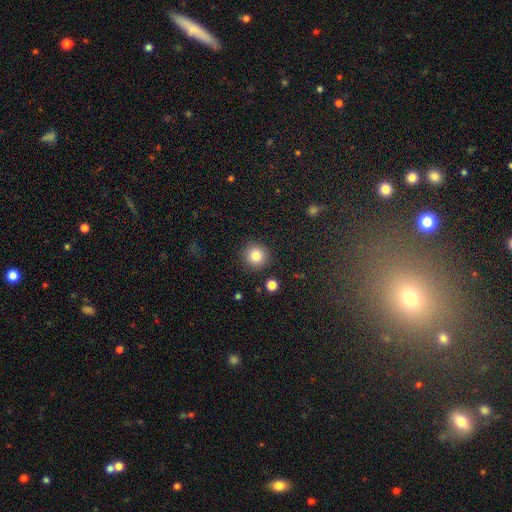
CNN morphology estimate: This appears to be a smooth galaxy with no disk features (83%) that is round (94%). Merging: none (90%).